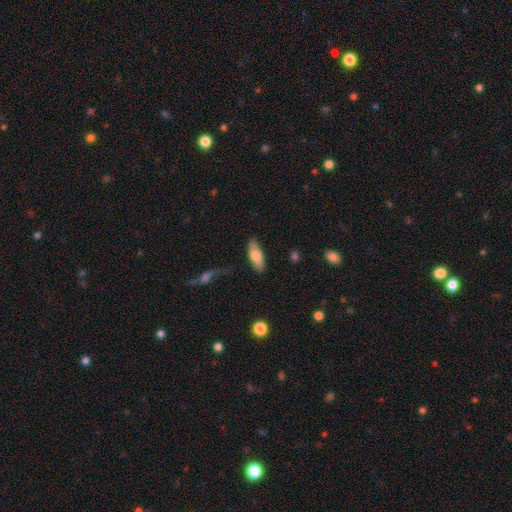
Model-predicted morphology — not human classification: smooth-or-featured: smooth: 73% | featured or disk: 21% | star or artifact: 6%
  how-rounded: in between: 72% | cigar-shaped: 25% | round: 2%
  merging: none: 76% | minor disturbance: 17% | major disturbance: 4% | merger: 3%